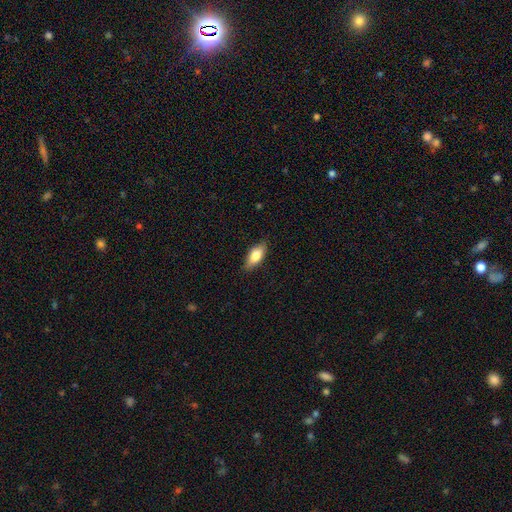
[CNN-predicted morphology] smooth-or-featured: smooth: 75% | featured or disk: 18% | star or artifact: 7%
  how-rounded: in between: 81% | cigar-shaped: 15% | round: 3%
  merging: none: 82% | minor disturbance: 15% | major disturbance: 3% | merger: 1%